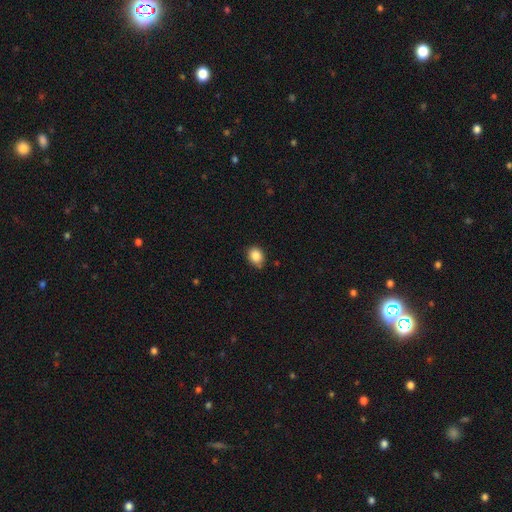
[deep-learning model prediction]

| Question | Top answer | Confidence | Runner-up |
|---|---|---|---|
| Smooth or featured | smooth | 86% | star or artifact (9%) |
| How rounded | round | 54% | in between (45%) |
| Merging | none | 75% | minor disturbance (21%) |